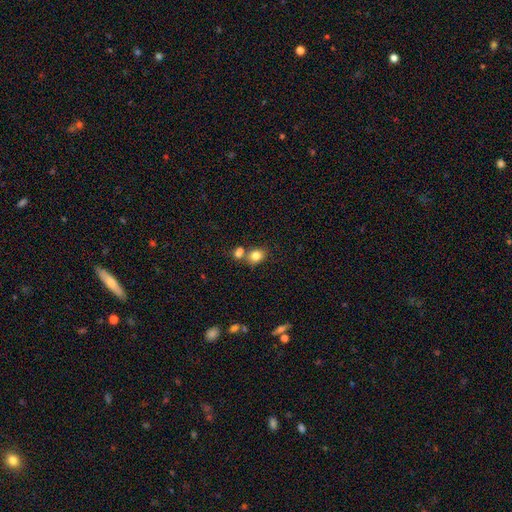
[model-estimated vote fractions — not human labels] The model was most divided on "how rounded": round: 51%, in between: 48%, cigar-shaped: 1%. More confident: smooth or featured — smooth (81%); merging — none (55%).